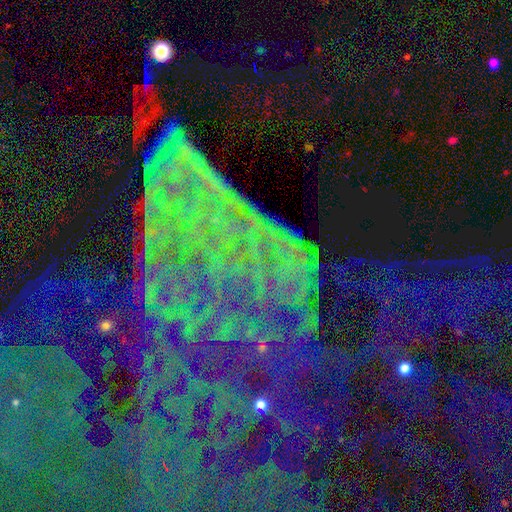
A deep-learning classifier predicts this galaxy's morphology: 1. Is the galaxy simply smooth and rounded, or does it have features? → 81% star or artifact, 11% featured or disk, 8% smooth.